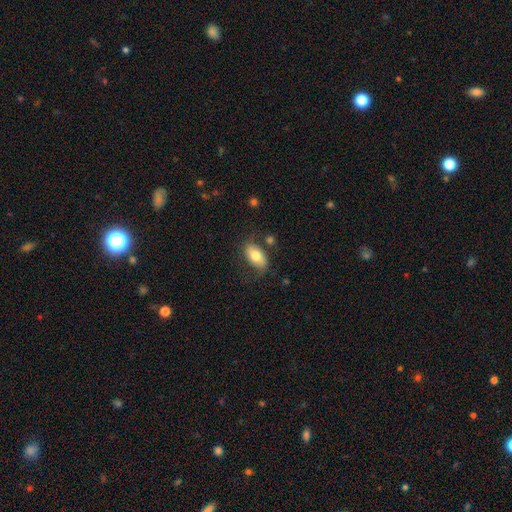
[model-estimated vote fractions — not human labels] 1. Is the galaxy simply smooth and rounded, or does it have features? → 67% smooth, 26% featured or disk, 7% star or artifact.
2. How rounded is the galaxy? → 91% in between, 5% round, 4% cigar-shaped.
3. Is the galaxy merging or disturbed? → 64% none, 22% minor disturbance, 10% major disturbance, 5% merger.